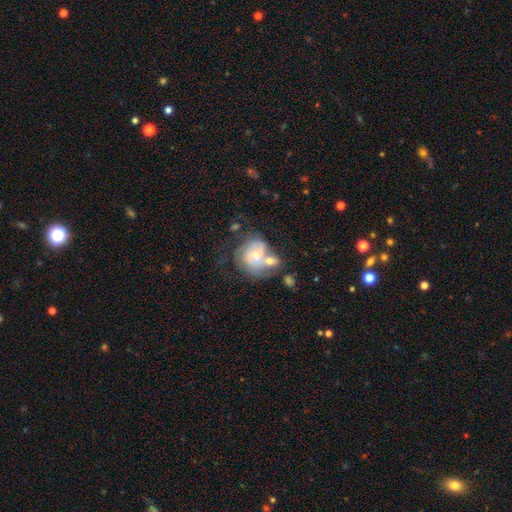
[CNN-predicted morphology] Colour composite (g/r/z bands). It shows a smooth galaxy with no disk features (46%, tied with featured or disk). Merging: merger (48%).